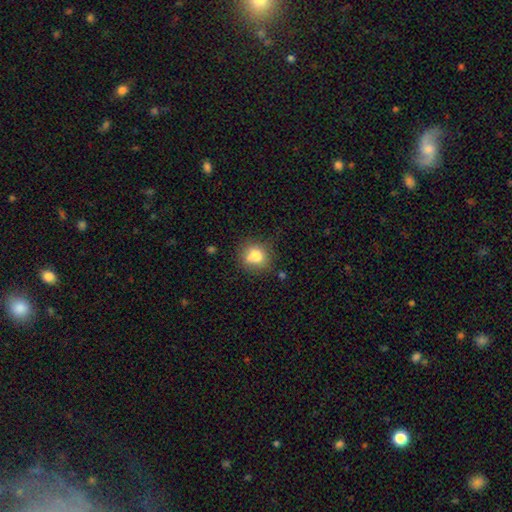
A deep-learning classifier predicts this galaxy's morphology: Smooth or featured? Predicted: smooth (p=0.77). How rounded? Predicted: round (p=0.76). Merging? Predicted: none (p=0.64).